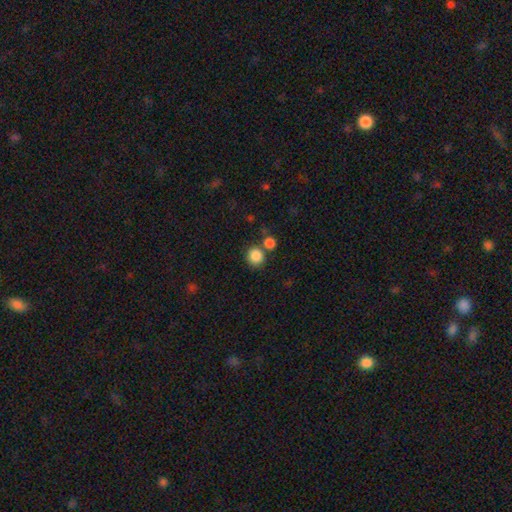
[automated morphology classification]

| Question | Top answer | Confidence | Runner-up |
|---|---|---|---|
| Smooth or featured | smooth | 86% | star or artifact (10%) |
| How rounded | round | 89% | in between (11%) |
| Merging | none | 71% | merger (17%) |